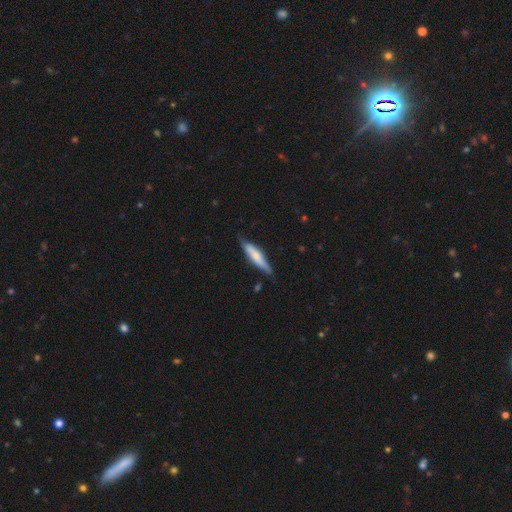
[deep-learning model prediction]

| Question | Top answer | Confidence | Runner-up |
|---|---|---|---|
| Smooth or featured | smooth | 59% | featured or disk (36%) |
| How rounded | cigar-shaped | 81% | in between (17%) |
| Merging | none | 72% | minor disturbance (22%) |